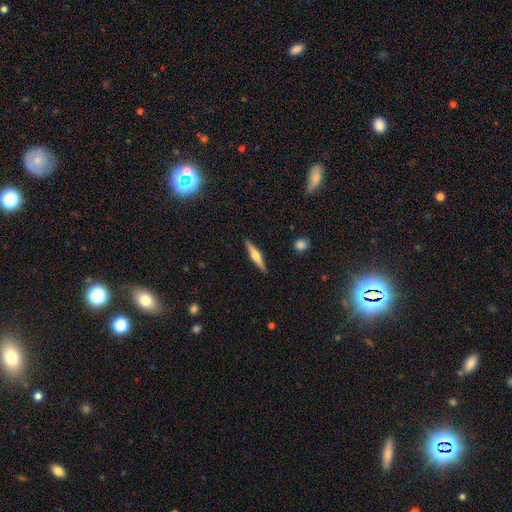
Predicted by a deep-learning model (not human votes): smooth_or_featured: featured or disk (p=0.61) [alt: smooth p=0.33]
disk_edge_on: yes (p=0.97) [alt: no p=0.03]
edge_on_bulge: rounded (p=0.84) [alt: boxy p=0.11]
merging: none (p=0.90) [alt: minor disturbance p=0.07]